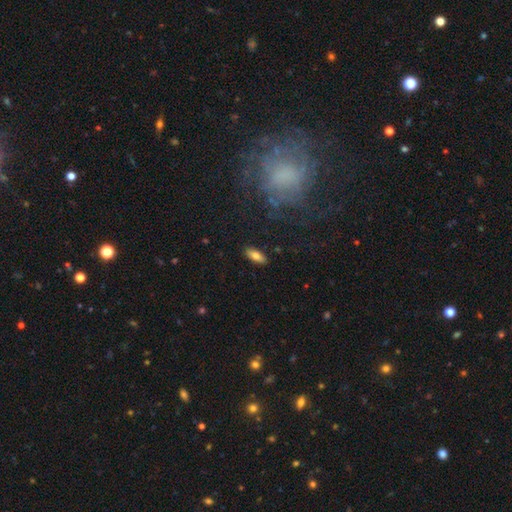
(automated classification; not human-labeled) A smooth galaxy with no disk features (75%) that is in between round and cigar-shaped (79%). Merging: none (88%).